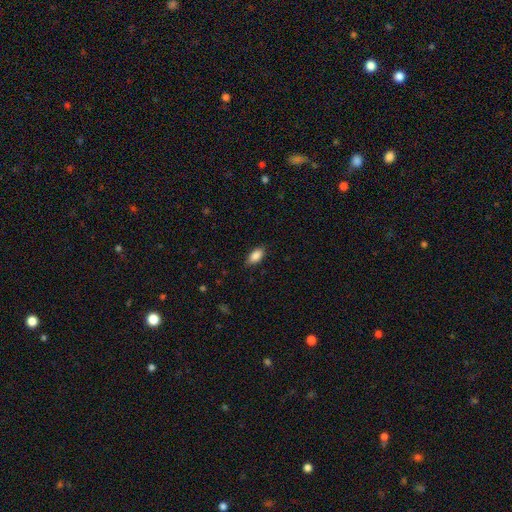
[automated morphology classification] A smooth galaxy with no disk features (88%) that is in between round and cigar-shaped (91%). Merging: none (85%).